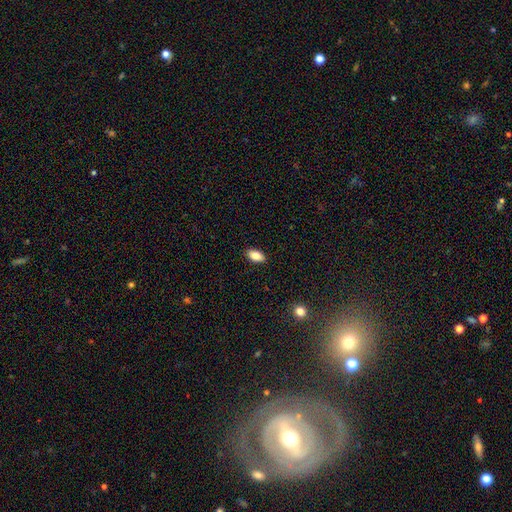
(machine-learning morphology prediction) This is clearly a smooth galaxy (86%). How rounded: clearly in between (92%). Merging: clearly none (89%).